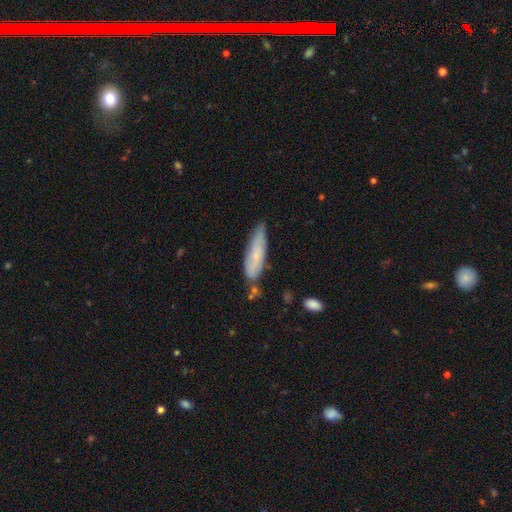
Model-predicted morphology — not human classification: A smooth galaxy with no disk features (66%) that is cigar-shaped (67%). Merging: none (66%).